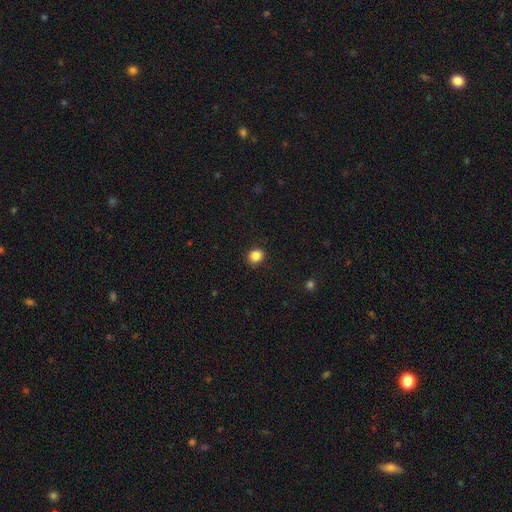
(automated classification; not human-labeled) Morphology: type=smooth (86%); roundness=round (74%); merging=none (89%).